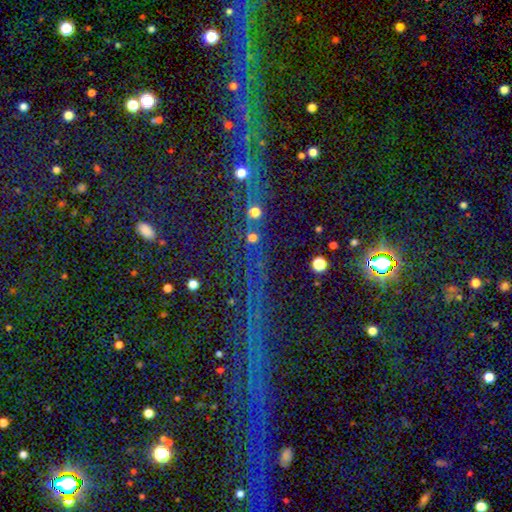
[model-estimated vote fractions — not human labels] Q: Smooth or featured?
A: star or artifact (82%); runner-up: featured or disk (9%)